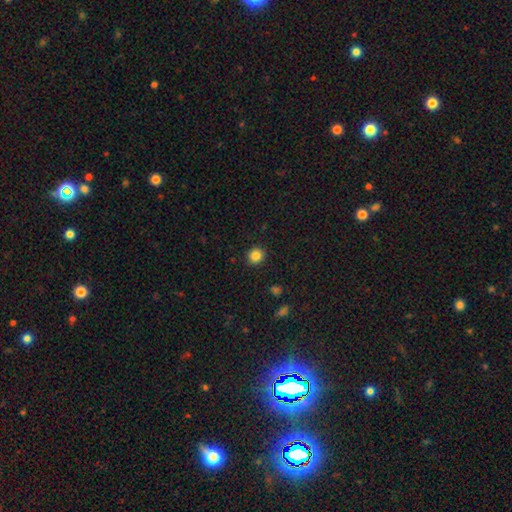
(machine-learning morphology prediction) A smooth galaxy with no disk features (85%) that is round (85%).

Vote fractions:
- Smooth or featured? smooth: 85% / star or artifact: 11% / featured or disk: 4%
- How rounded? round: 85% / in between: 15% / cigar-shaped: 1%
- Merging? none: 91% / minor disturbance: 6% / major disturbance: 2% / merger: 1%